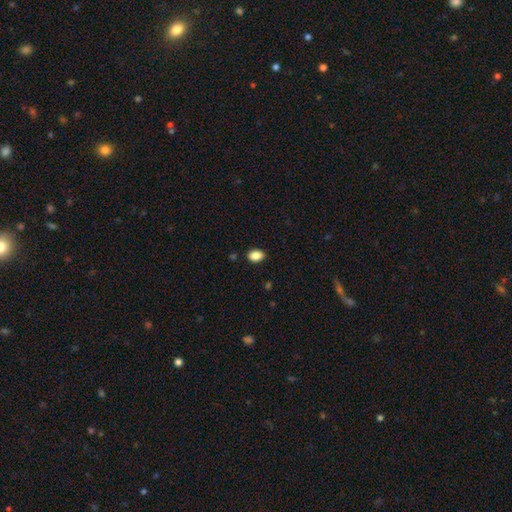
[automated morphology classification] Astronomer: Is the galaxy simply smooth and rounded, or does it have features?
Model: smooth — 87%.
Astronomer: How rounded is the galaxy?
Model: in between — 76%.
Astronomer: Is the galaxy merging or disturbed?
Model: none — 88%.